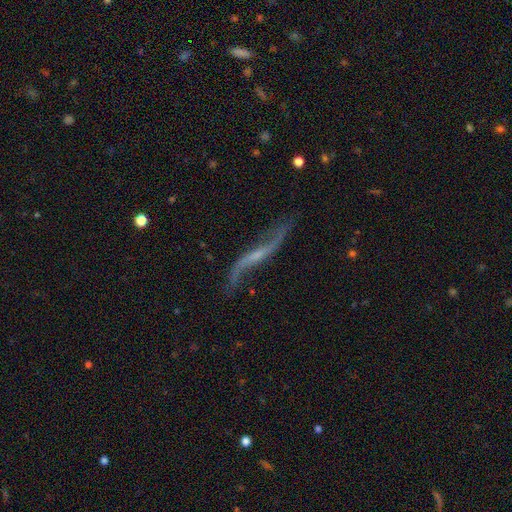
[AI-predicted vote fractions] Morphology: type=featured or disk (85%); edge-on=no (74%); bar=no (40%); spiral arms=yes (93%); winding=loose (94%); arm count=2 (92%); bulge=small (55%); merging=none (68%).